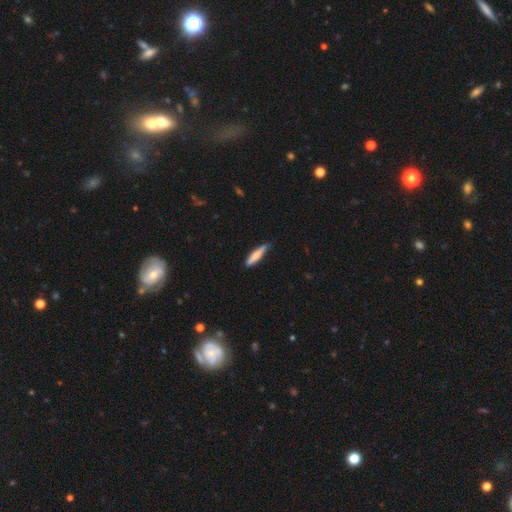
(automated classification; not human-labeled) A smooth galaxy with no disk features (68%) that is cigar-shaped (84%). Merging: none (77%).